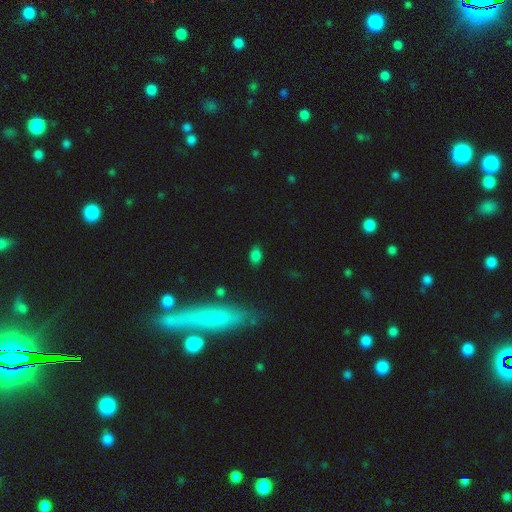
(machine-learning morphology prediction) A smooth galaxy with no disk features (80%) that is in between round and cigar-shaped (85%). Merging: none (80%).